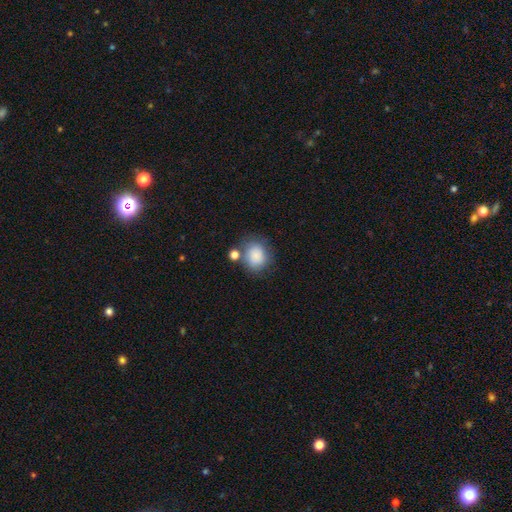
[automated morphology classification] smooth_or_featured: smooth (p=0.84) [alt: star or artifact p=0.08]
how_rounded: round (p=0.61) [alt: in between p=0.38]
merging: none (p=0.61) [alt: minor disturbance p=0.18]